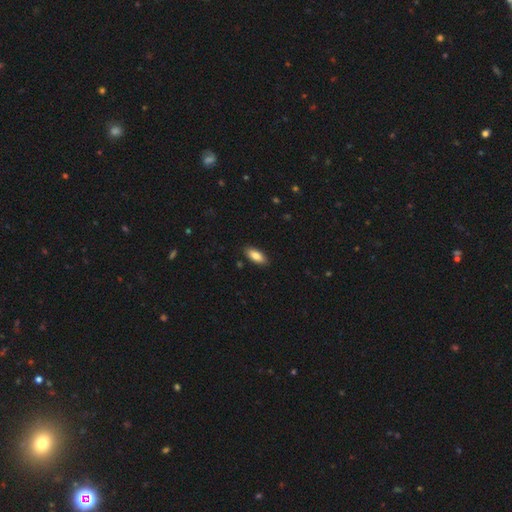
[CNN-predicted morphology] Smooth or featured? smooth (86%)
How rounded? in between (87%)
Merging? none (89%)